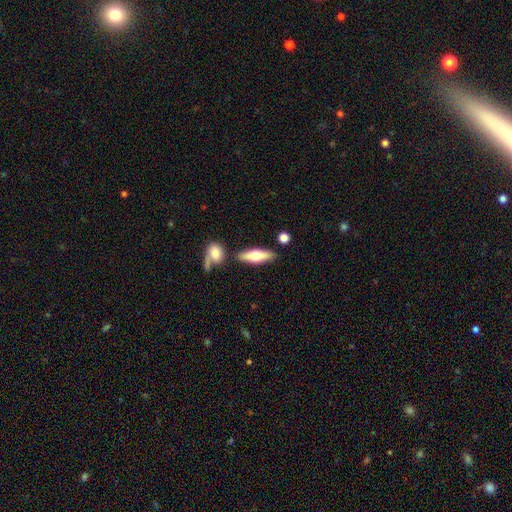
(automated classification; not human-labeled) smooth 50%, featured or disk 44%, star or artifact 6%. Down the decision tree: how rounded — cigar-shaped (50%); merging — none (77%).